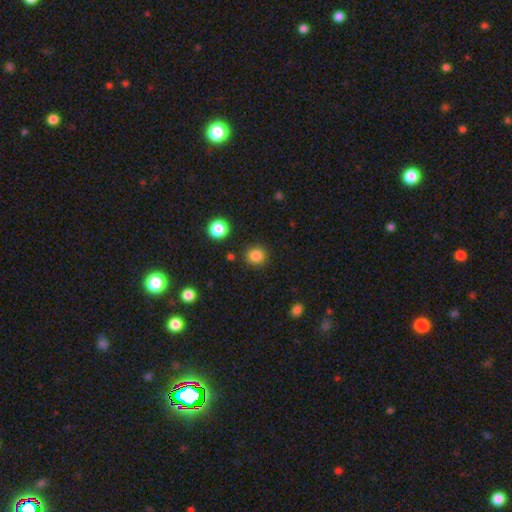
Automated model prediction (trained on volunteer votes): A smooth galaxy with no disk features (85%) that is round (88%). Merging: none (88%).